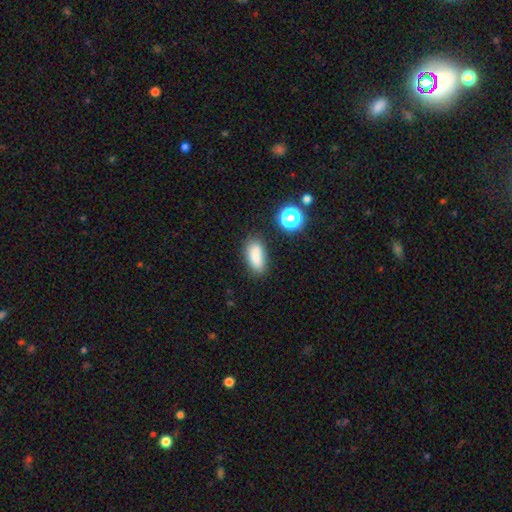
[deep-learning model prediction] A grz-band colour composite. It shows a smooth galaxy with no disk features (83%) that is in between round and cigar-shaped (79%). Merging: none (74%).